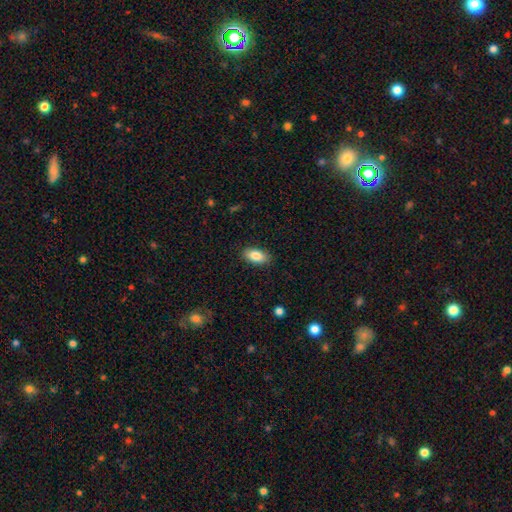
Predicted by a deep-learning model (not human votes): Morphology: type=smooth (85%); roundness=in between (92%); merging=none (88%).